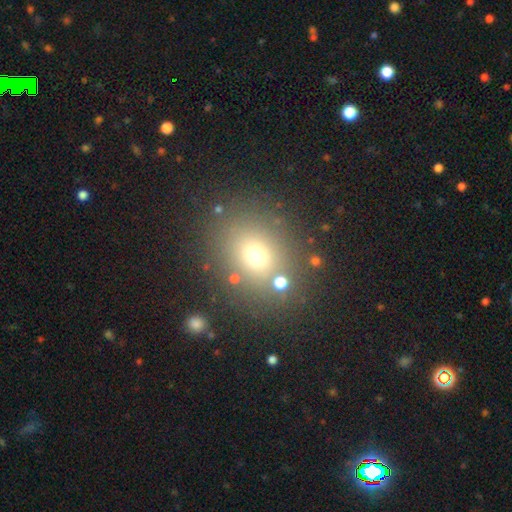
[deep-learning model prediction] This appears to be a smooth galaxy with no disk features (65%) that is round (64%). Merging: none (77%).